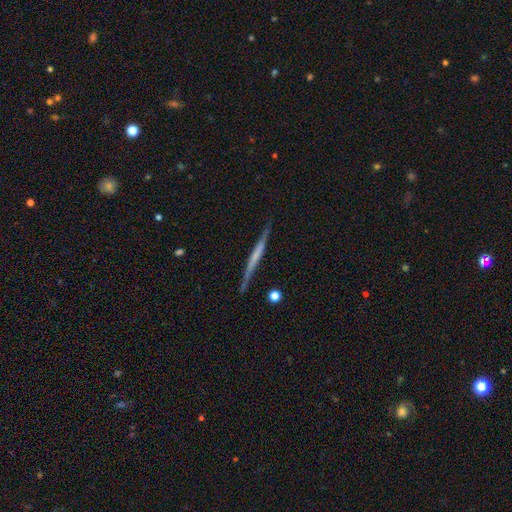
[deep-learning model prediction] featured or disk 63%, smooth 32%, star or artifact 6%. Down the decision tree: edge-on disk — yes (96%); edge-on bulge — none (73%); merging — none (82%).